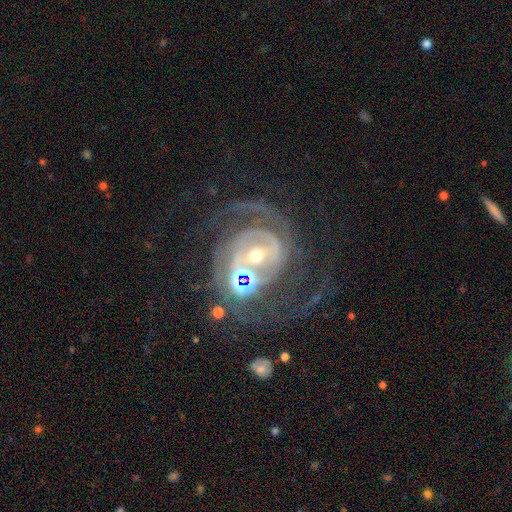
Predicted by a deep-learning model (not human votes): A featured or disk galaxy (84%) with no bar (45%), 2 (47%) tight (48%) spiral arms (87%) and a small central bulge (49%).

Vote fractions:
- Smooth or featured? featured or disk: 84% / star or artifact: 9% / smooth: 7%
- Edge-on disk? no: 97% / yes: 3%
- Bar? no: 45% / weak: 30% / strong: 25%
- Spiral arms? yes: 87% / no: 13%
- Spiral winding? tight: 48% / medium: 37% / loose: 15%
- Spiral arm count? 2: 47% / can't tell: 23% / 3: 12% / 1: 8% / 4: 5% / more than 4: 5%
- Bulge size? small: 49% / moderate: 44% / large: 3% / none: 2% / dominant: 1%
- Merging? none: 43% / major disturbance: 27% / minor disturbance: 16% / merger: 13%